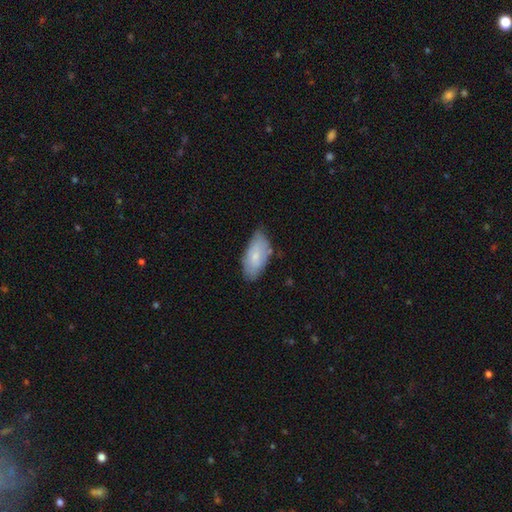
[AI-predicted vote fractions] smooth 72%, featured or disk 22%, star or artifact 6%. Down the decision tree: how rounded — in between (92%); merging — none (66%).